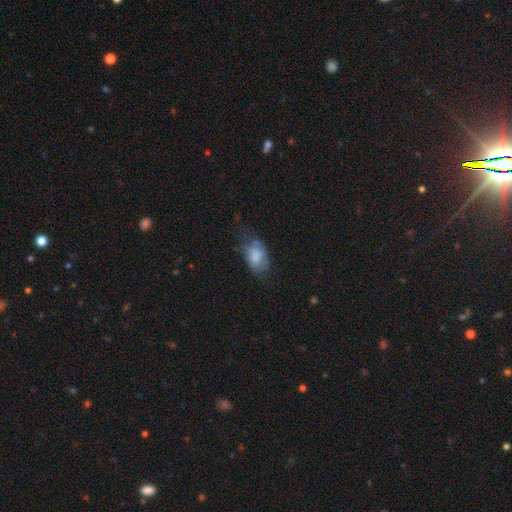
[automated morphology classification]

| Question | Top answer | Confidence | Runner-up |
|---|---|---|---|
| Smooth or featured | smooth | 71% | featured or disk (21%) |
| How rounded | in between | 88% | round (10%) |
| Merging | none | 37% | minor disturbance (34%) |